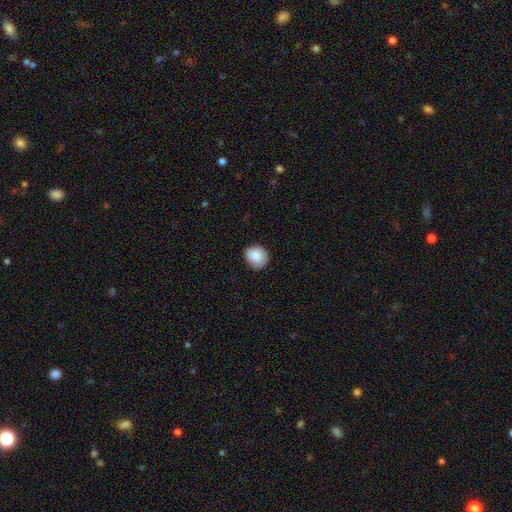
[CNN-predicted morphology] A smooth galaxy with no disk features (86%) that is round (80%).

Vote fractions:
- Smooth or featured? smooth: 86% / star or artifact: 8% / featured or disk: 6%
- How rounded? round: 80% / in between: 19% / cigar-shaped: 1%
- Merging? none: 77% / minor disturbance: 19% / major disturbance: 3% / merger: 1%